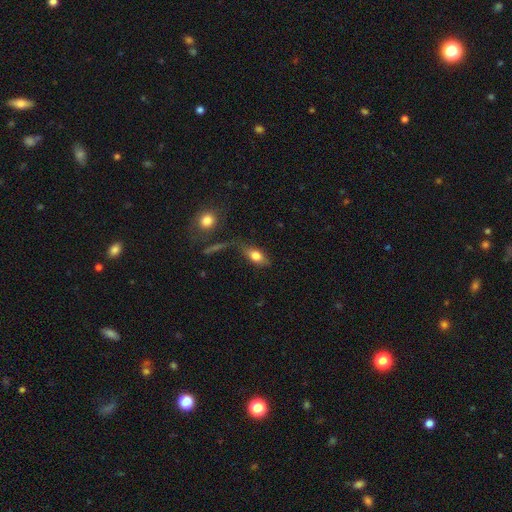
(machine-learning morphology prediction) type=smooth (70%); roundness=in between (76%); merging=none (62%).